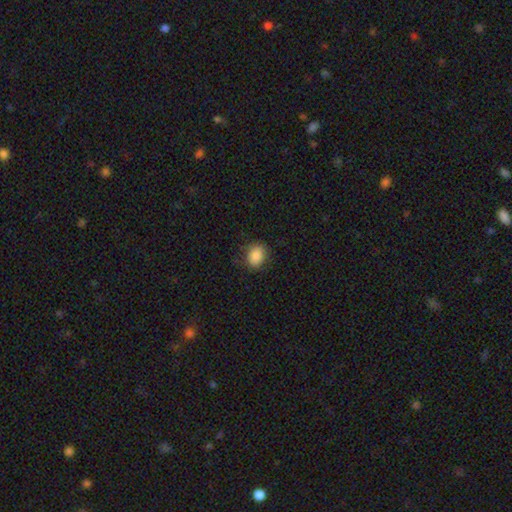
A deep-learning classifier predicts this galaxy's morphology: smooth_or_featured: smooth (p=0.87) [alt: star or artifact p=0.09]
how_rounded: in between (p=0.55) [alt: round p=0.44]
merging: none (p=0.80) [alt: minor disturbance p=0.15]